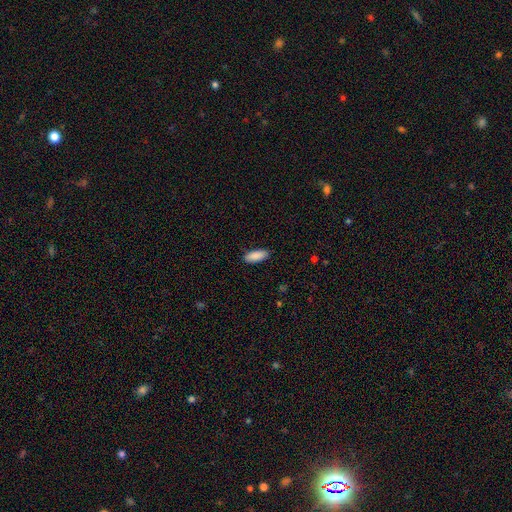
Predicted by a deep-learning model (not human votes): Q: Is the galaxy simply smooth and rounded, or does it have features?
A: smooth — 90%.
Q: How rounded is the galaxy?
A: in between — 76%.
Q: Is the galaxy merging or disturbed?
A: none — 87%.